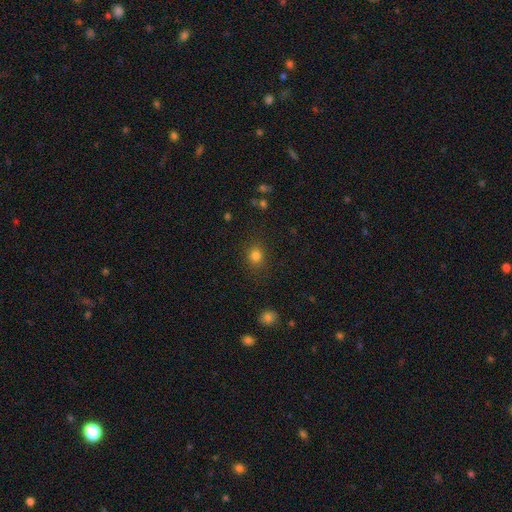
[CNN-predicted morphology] The model was most divided on "how rounded": round: 73%, in between: 26%, cigar-shaped: 1%. More confident: merging — none (85%); smooth or featured — smooth (81%).